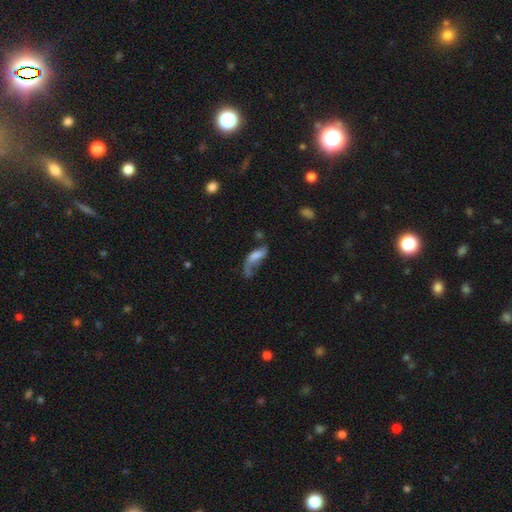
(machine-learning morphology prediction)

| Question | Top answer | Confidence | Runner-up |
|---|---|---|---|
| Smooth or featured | smooth | 48% | featured or disk (42%) |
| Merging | major disturbance | 44% | none (26%) |